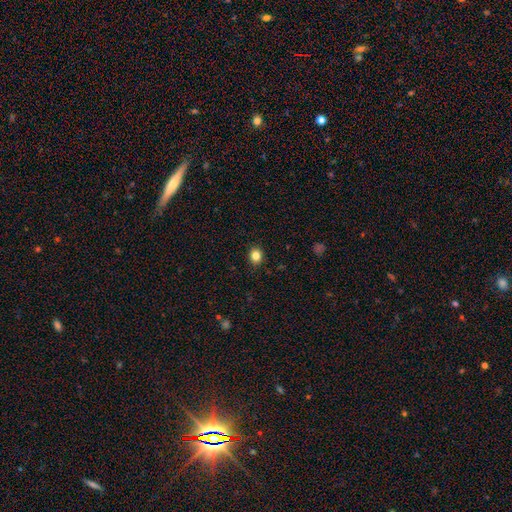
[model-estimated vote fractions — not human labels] A smooth galaxy with no disk features (84%) that is round (72%). Merging: none (91%).